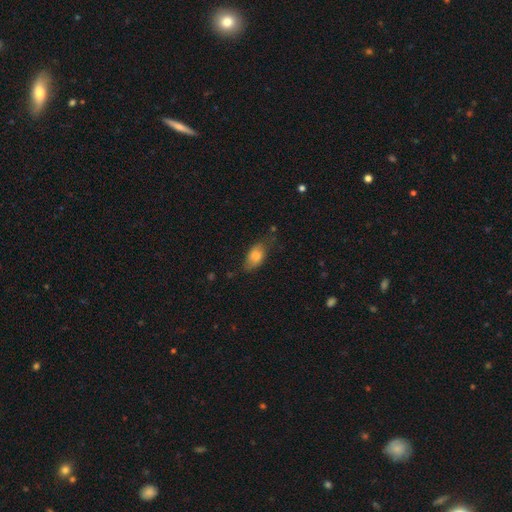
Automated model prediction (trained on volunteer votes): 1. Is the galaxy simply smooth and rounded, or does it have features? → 74% smooth, 18% featured or disk, 8% star or artifact.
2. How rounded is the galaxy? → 88% in between, 6% cigar-shaped, 6% round.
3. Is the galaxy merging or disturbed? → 61% none, 28% minor disturbance, 8% major disturbance, 2% merger.